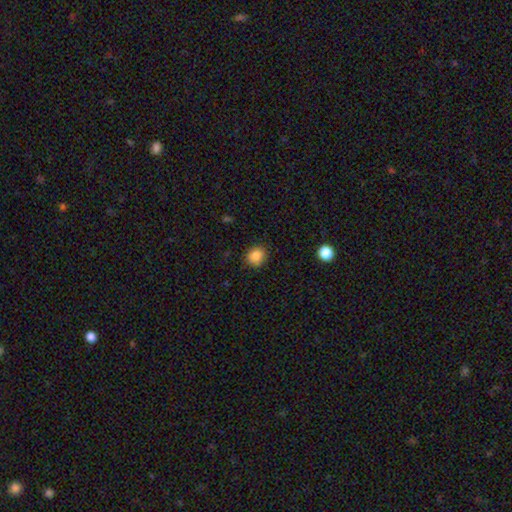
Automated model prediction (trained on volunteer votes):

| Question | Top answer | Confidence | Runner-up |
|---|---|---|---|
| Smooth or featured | smooth | 86% | star or artifact (10%) |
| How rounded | round | 70% | in between (30%) |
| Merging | none | 83% | minor disturbance (12%) |